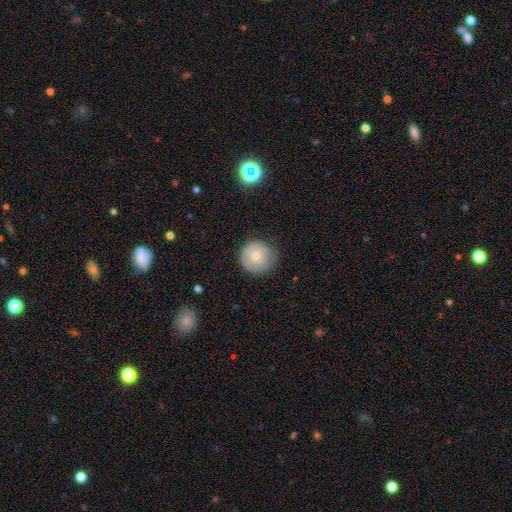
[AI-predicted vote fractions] A smooth galaxy with no disk features (69%) that is round (94%). Merging: none (78%).